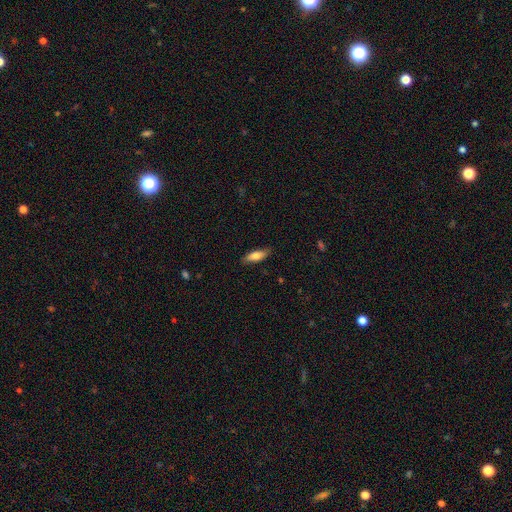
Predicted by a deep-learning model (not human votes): Smooth or featured? Predicted: smooth (p=0.78). How rounded? Predicted: in between (p=0.58). Merging? Predicted: none (p=0.83).